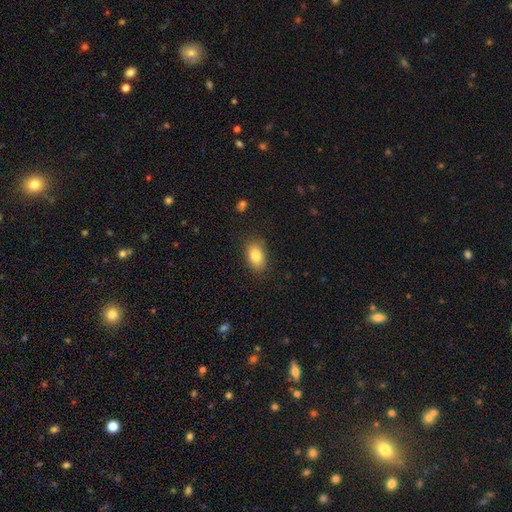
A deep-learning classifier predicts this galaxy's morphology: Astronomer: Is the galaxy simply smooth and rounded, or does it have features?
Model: smooth — 84%.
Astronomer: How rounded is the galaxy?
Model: in between — 86%.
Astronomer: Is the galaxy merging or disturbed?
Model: none — 85%.